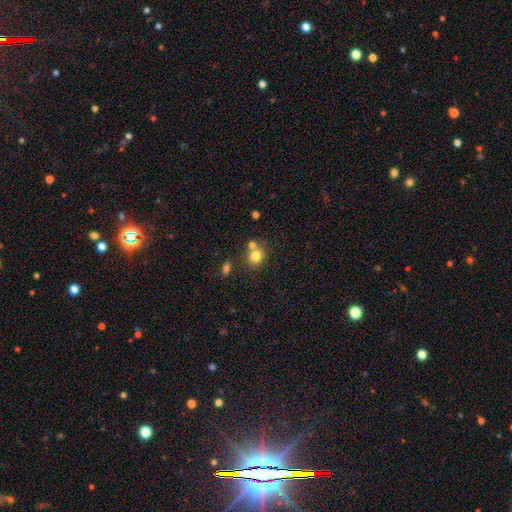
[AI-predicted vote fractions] Overall: smooth (79%). How rounded: round (71%). Merging: none (57%; merger 29%).